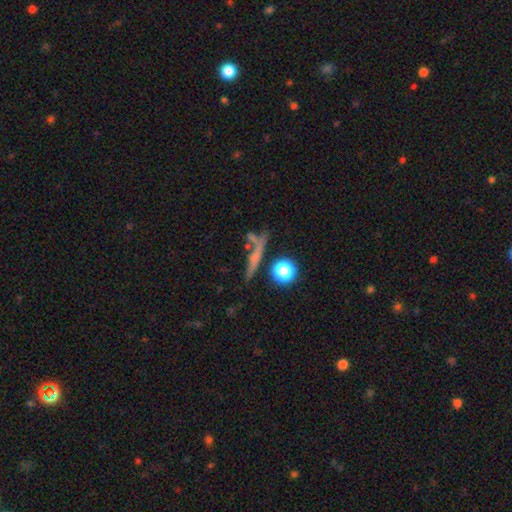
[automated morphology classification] The model was most divided on "smooth or featured": smooth: 47%, featured or disk: 38%, star or artifact: 16%. More confident: merging — none (70%).